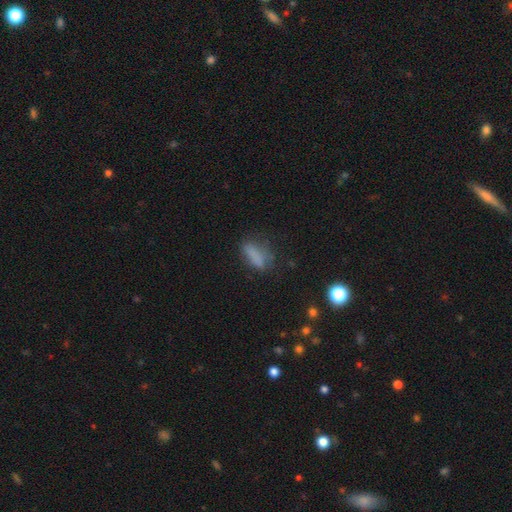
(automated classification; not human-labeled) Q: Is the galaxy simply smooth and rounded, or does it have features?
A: smooth — 73%.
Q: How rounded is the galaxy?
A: in between — 63%.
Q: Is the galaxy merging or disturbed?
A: none — 54%.